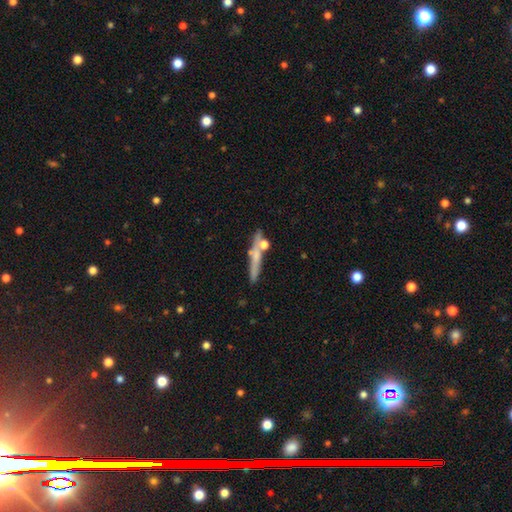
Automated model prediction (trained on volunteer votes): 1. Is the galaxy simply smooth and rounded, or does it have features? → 52% smooth, 39% featured or disk, 9% star or artifact.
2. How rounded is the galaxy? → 87% cigar-shaped, 8% in between, 5% round.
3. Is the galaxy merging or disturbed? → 69% none, 14% minor disturbance, 12% merger, 5% major disturbance.